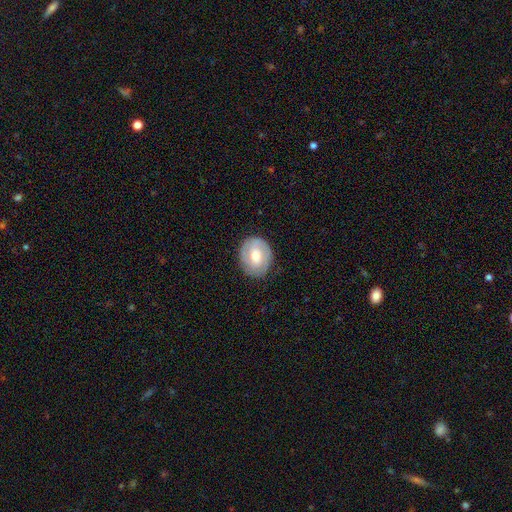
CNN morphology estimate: Q: Smooth or featured?
A: featured or disk (59%); runner-up: smooth (35%)
Q: Edge-on disk?
A: no (96%); runner-up: yes (4%)
Q: Bar?
A: no (47%); runner-up: weak (41%)
Q: Spiral arms?
A: yes (79%); runner-up: no (21%)
Q: Bulge size?
A: moderate (65%); runner-up: small (27%)
Q: Merging?
A: none (84%); runner-up: minor disturbance (11%)